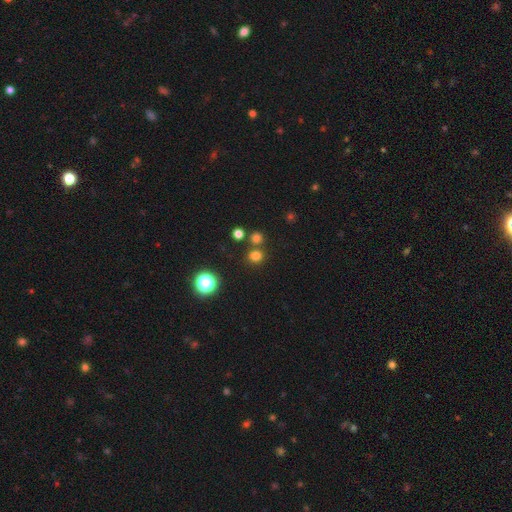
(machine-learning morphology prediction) The model was most divided on "smooth or featured": smooth: 73%, star or artifact: 22%, featured or disk: 6%. More confident: how rounded — round (89%); merging — none (75%).